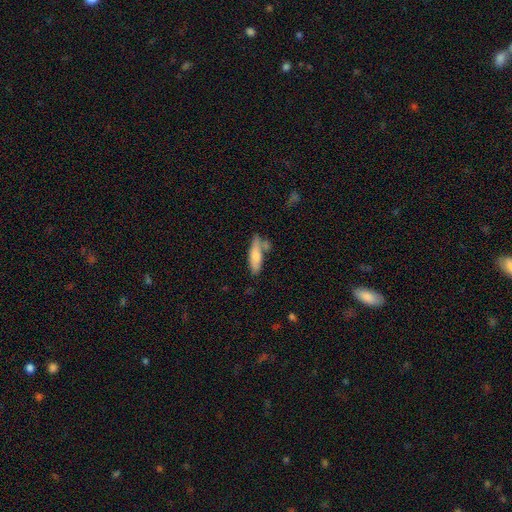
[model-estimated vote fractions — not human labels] smooth 73%, featured or disk 21%, star or artifact 6%. Down the decision tree: how rounded — cigar-shaped (54%); merging — none (54%).